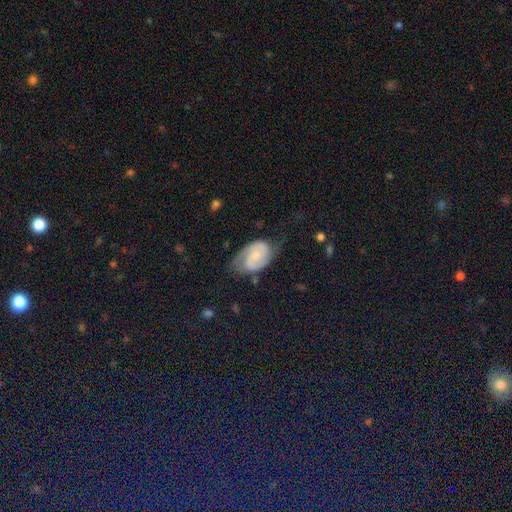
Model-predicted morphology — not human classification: The model was most divided on "spiral winding": medium: 46%, tight: 36%, loose: 19%. Remaining: edge-on disk — no (97%); spiral arms — yes (94%); spiral arm count — 2 (87%); smooth or featured — featured or disk (72%); merging — none (58%); bar — no (55%); bulge size — small (41%).